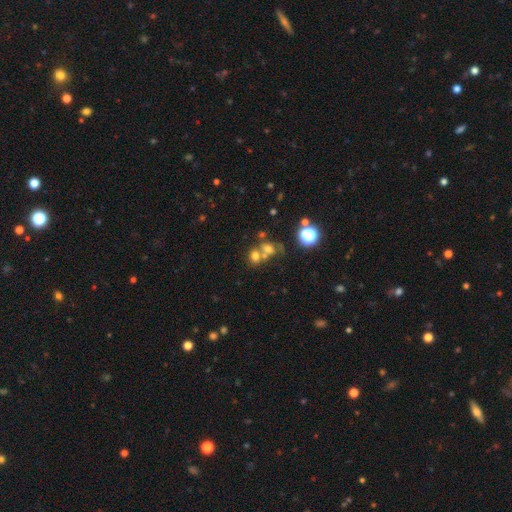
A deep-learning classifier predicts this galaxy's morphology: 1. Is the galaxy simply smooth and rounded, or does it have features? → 56% smooth, 28% star or artifact, 17% featured or disk.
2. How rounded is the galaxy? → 73% round, 26% in between, 1% cigar-shaped.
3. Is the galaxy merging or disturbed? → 51% merger, 37% none, 7% minor disturbance, 5% major disturbance.